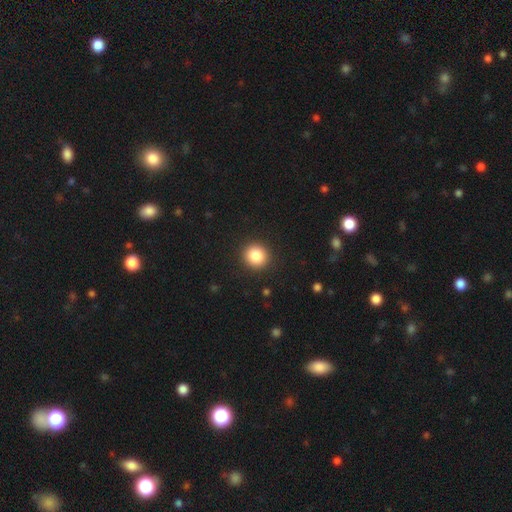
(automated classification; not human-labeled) Smooth or featured? smooth (85%)
How rounded? round (91%)
Merging? none (92%)